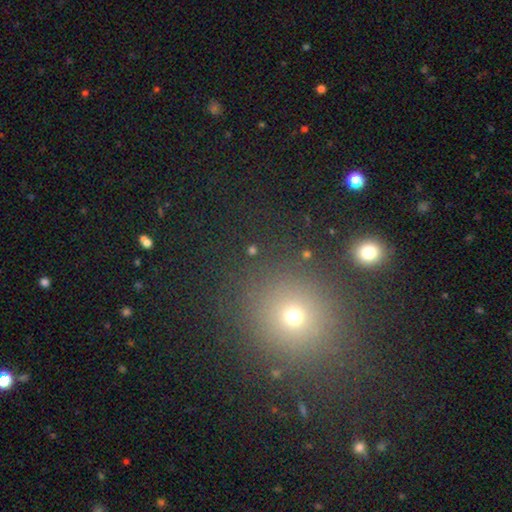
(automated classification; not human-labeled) Smooth or featured? smooth (57%)
How rounded? round (86%)
Merging? none (87%)